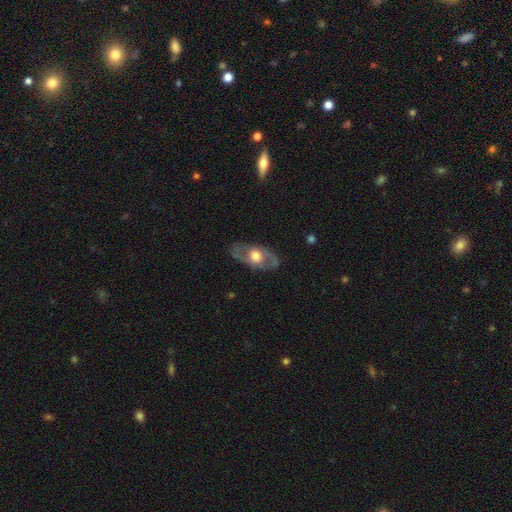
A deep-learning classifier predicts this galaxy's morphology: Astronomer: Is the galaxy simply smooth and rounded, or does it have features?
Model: featured or disk — 67%.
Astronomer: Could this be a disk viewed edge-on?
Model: no — 81%.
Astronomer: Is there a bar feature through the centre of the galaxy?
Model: no — 78%.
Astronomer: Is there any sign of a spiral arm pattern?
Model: no — 57% (runner-up: yes, 43%).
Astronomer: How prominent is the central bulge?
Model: moderate — 55% (runner-up: large, 37%).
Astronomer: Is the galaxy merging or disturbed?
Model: none — 79%.